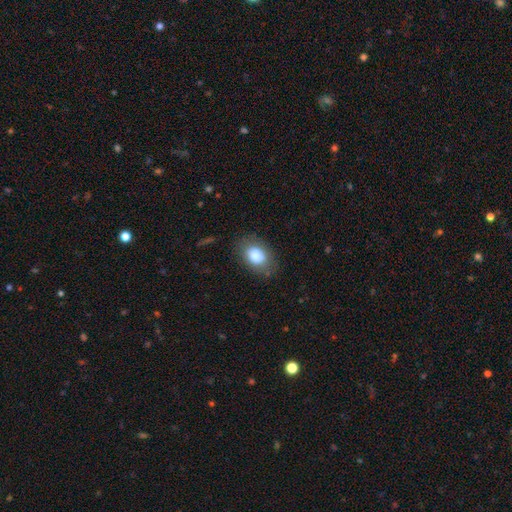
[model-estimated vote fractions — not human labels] Smooth or featured?
  - smooth: 83% *
  - featured or disk: 9%
  - star or artifact: 8%
How rounded?
  - in between: 81% *
  - round: 18%
  - cigar-shaped: 1%
Merging?
  - none: 76% *
  - minor disturbance: 17%
  - major disturbance: 6%
  - merger: 1%